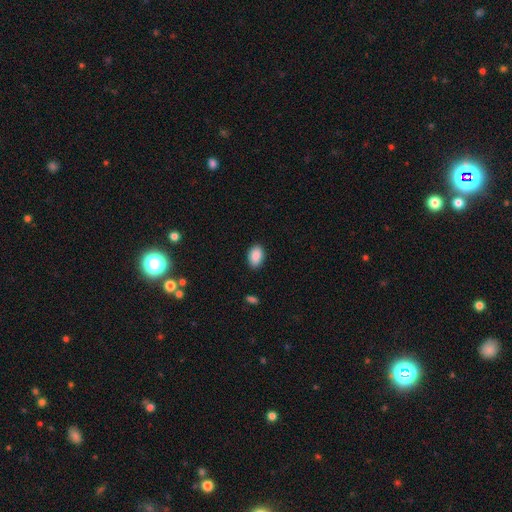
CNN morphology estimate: Smooth or featured?
  - smooth: 90% *
  - star or artifact: 7%
  - featured or disk: 3%
How rounded?
  - in between: 90% *
  - round: 9%
  - cigar-shaped: 1%
Merging?
  - none: 88% *
  - minor disturbance: 9%
  - major disturbance: 2%
  - merger: 1%